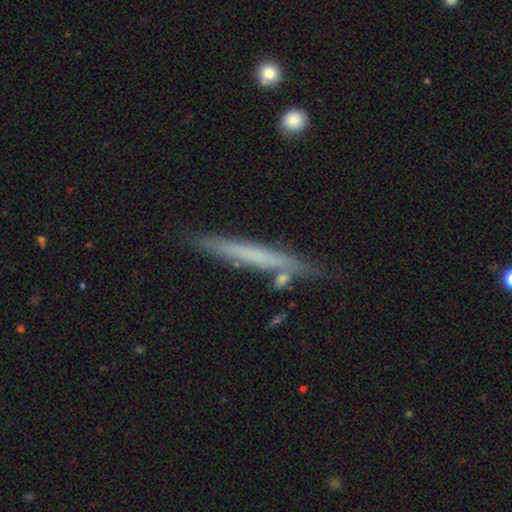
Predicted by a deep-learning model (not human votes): A smooth galaxy with no disk features (49%). Merging: none (81%).